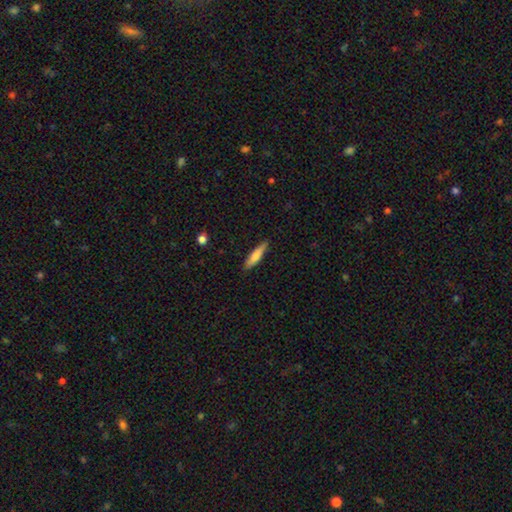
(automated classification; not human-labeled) smooth-or-featured: smooth: 73% | featured or disk: 22% | star or artifact: 6%
  how-rounded: cigar-shaped: 81% | in between: 17% | round: 2%
  merging: none: 86% | minor disturbance: 10% | major disturbance: 2% | merger: 1%